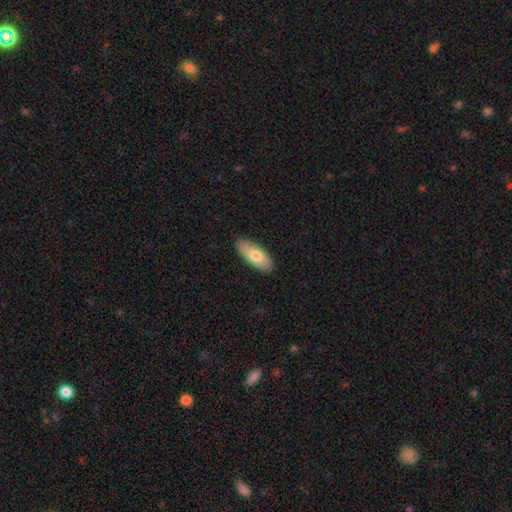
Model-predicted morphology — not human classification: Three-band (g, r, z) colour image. It shows a smooth galaxy with no disk features (76%) that is in between round and cigar-shaped (82%). Merging: none (88%).